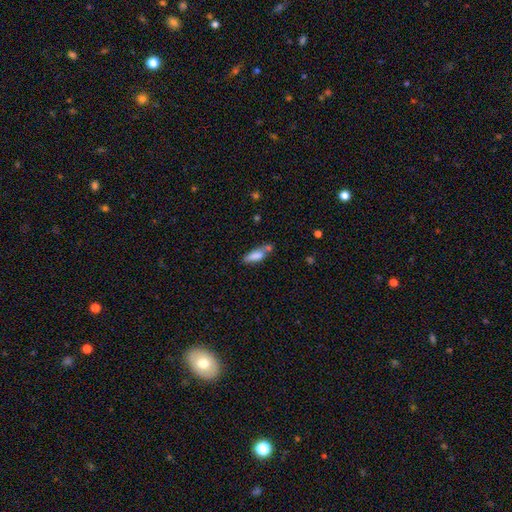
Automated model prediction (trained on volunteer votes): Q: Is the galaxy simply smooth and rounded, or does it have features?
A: smooth — 78%.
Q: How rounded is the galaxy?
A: in between — 56%.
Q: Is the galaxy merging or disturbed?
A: none — 45%.